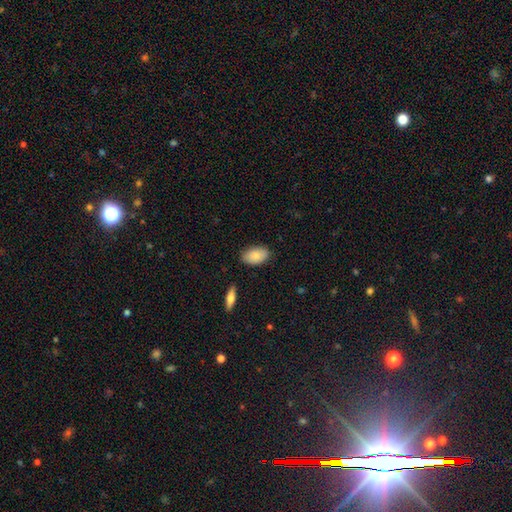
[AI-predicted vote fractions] A smooth galaxy with no disk features (83%) that is in between round and cigar-shaped (93%). Merging: none (84%).